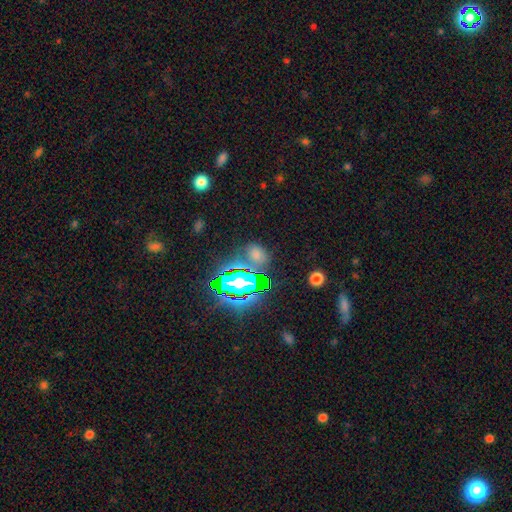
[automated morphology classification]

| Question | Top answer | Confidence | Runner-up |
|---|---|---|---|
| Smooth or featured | star or artifact | 60% | smooth (29%) |